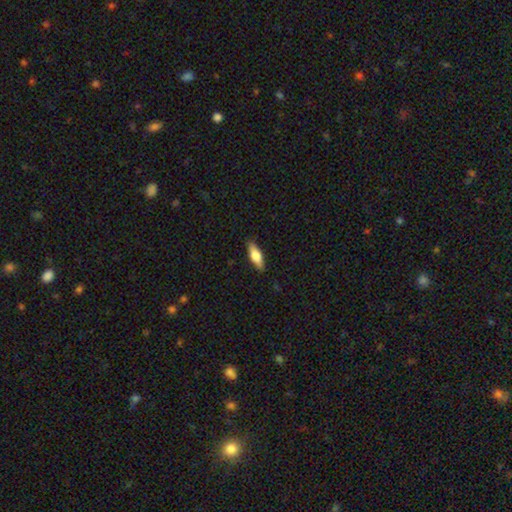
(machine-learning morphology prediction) Smooth or featured: smooth — 71% (featured or disk — 24%)
How rounded: in between — 59% (cigar-shaped — 39%)
Merging: none — 88% (minor disturbance — 9%)